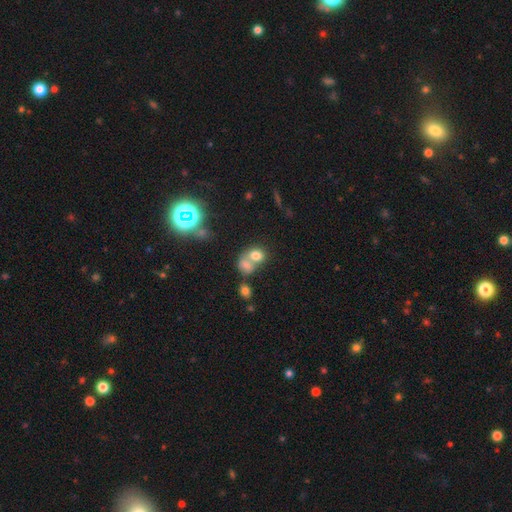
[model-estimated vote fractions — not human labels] Smooth or featured? smooth (71%)
How rounded? round (54%)
Merging? merger (55%)